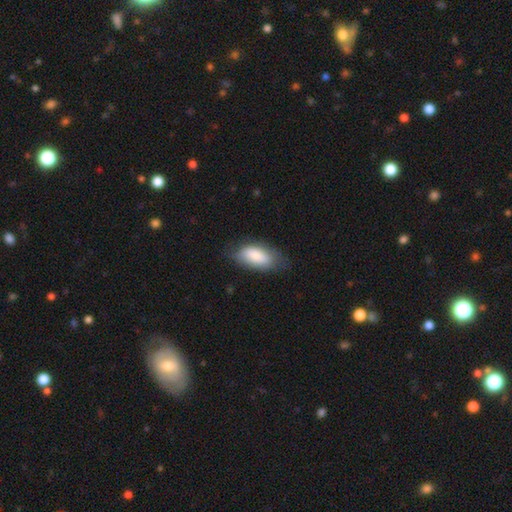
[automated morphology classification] A smooth galaxy with no disk features (82%) that is in between round and cigar-shaped (91%).

Vote fractions:
- Smooth or featured? smooth: 82% / featured or disk: 12% / star or artifact: 6%
- How rounded? in between: 91% / cigar-shaped: 6% / round: 3%
- Merging? none: 68% / minor disturbance: 24% / major disturbance: 7% / merger: 1%